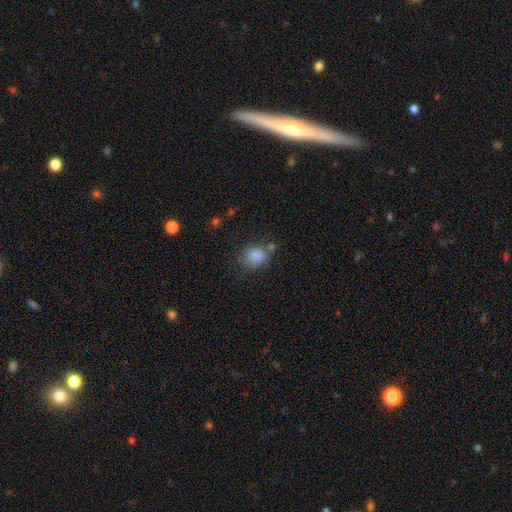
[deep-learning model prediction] This is clearly a smooth galaxy (85%). How rounded: likely round (64%). Merging: likely none (64%).